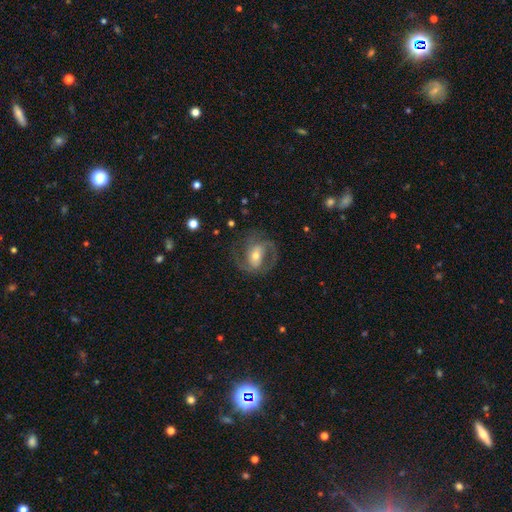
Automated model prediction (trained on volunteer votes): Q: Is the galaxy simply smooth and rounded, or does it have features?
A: featured or disk — 82%.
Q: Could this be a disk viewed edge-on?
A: no — 97%.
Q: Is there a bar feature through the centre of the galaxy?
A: weak — 41%.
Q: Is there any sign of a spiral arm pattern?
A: yes — 93%.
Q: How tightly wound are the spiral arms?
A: medium — 54%.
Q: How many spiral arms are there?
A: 2 — 79%.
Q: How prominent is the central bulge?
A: moderate — 56%.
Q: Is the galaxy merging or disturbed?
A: none — 71%.